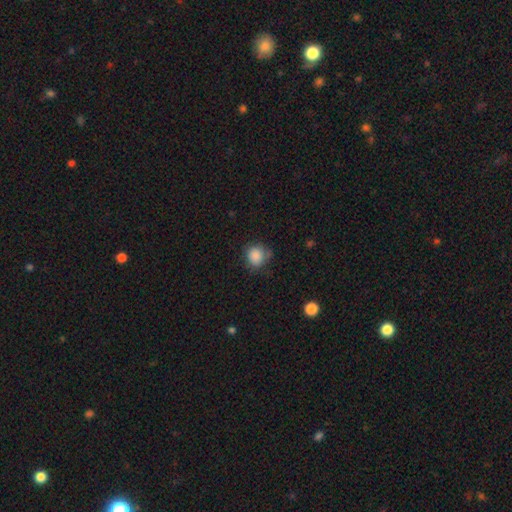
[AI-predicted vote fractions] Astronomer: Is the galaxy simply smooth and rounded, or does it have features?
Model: smooth — 86%.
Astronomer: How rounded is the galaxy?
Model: round — 81%.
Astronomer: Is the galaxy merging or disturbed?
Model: none — 64%.